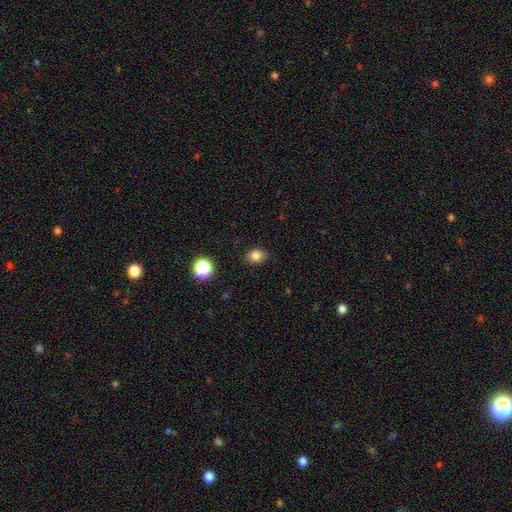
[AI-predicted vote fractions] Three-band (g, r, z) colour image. It shows a smooth galaxy with no disk features (81%) that is in between round and cigar-shaped (52%). Merging: none (86%).